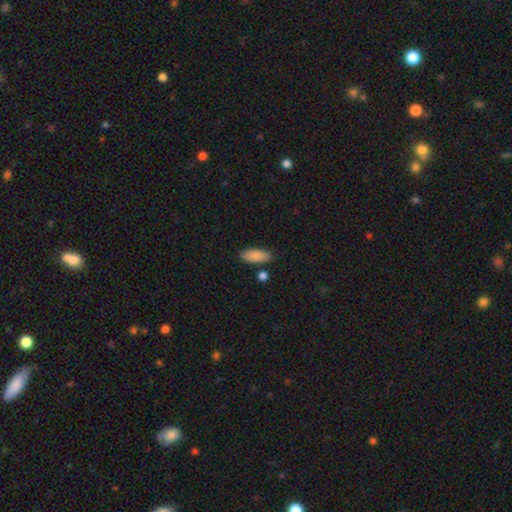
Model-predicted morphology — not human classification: A smooth galaxy with no disk features (86%) that is in between round and cigar-shaped (81%). Merging: none (80%).